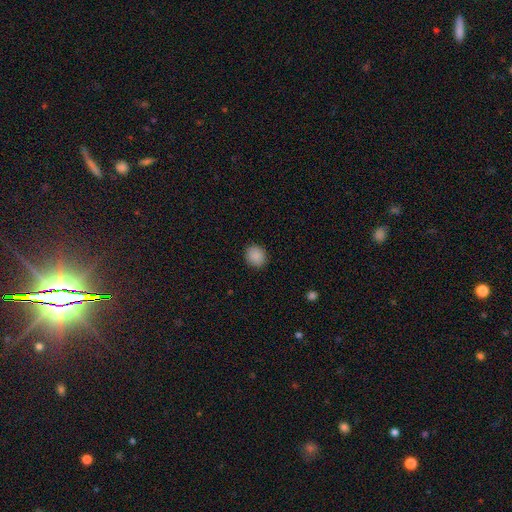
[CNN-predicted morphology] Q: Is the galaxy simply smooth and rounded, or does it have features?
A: smooth — 89%.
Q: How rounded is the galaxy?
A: round — 75%.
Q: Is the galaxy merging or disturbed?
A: none — 90%.